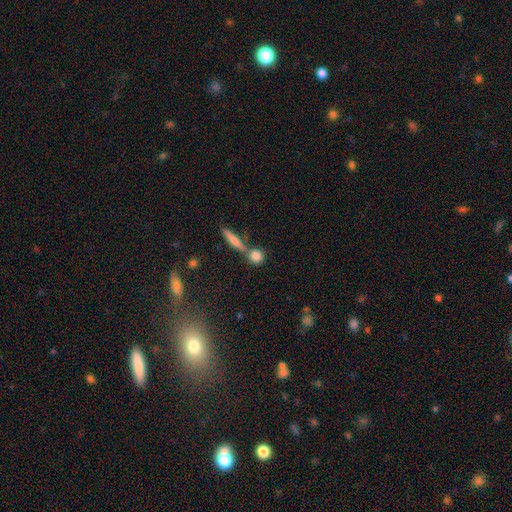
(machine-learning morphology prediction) This appears to be a smooth galaxy with no disk features (78%) that is round (79%). Merging: none (62%).